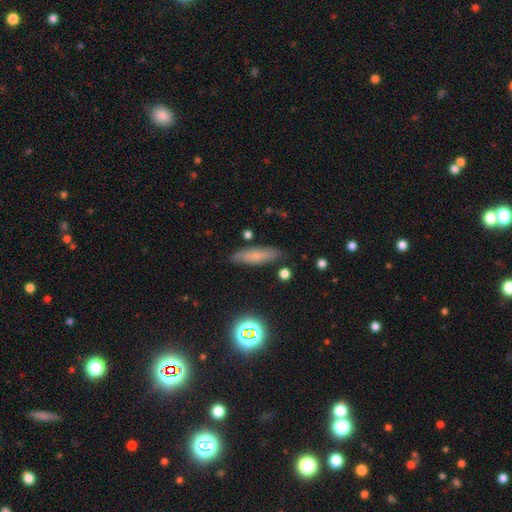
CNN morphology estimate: This appears to be a smooth galaxy with no disk features (65%) that is cigar-shaped (59%). Merging: none (81%).